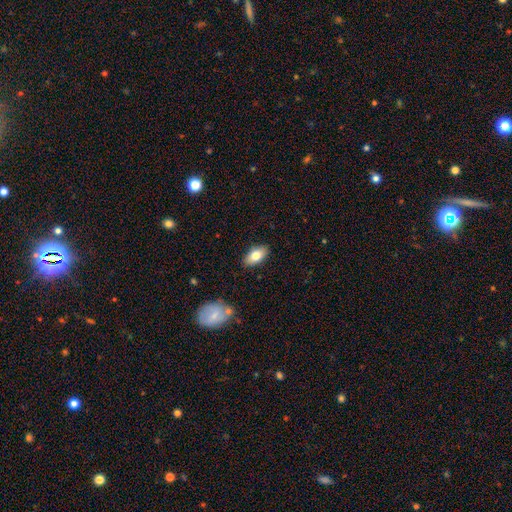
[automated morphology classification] smooth_or_featured: smooth (p=0.79) [alt: featured or disk p=0.14]
how_rounded: in between (p=0.91) [alt: cigar-shaped p=0.05]
merging: none (p=0.87) [alt: minor disturbance p=0.10]